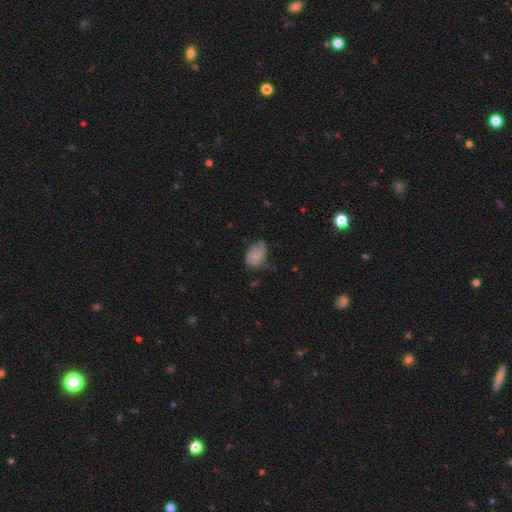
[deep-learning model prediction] smooth 62%, featured or disk 30%, star or artifact 8%. Down the decision tree: how rounded — in between (79%); merging — minor disturbance (44%).